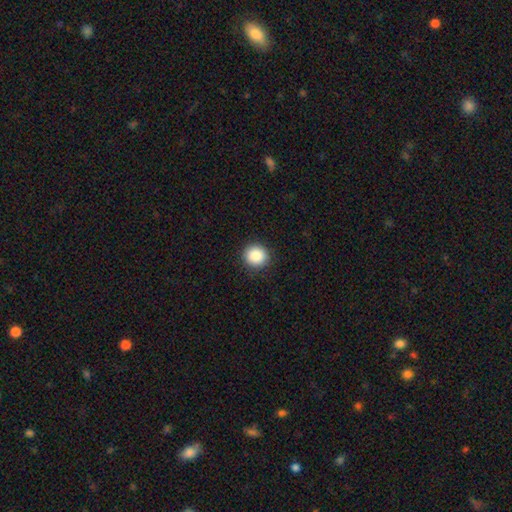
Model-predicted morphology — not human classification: This appears to be a smooth galaxy with no disk features (87%) that is round (92%). Merging: none (91%).